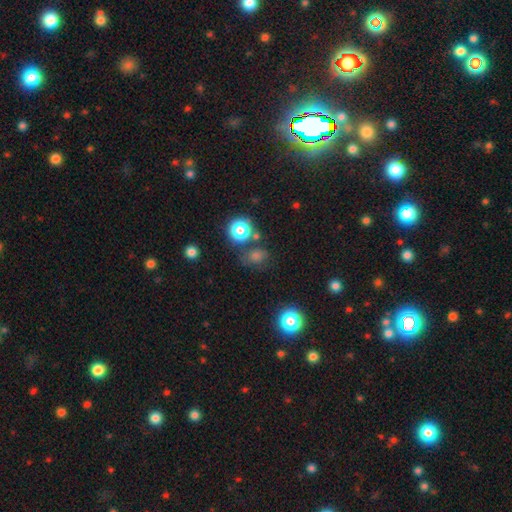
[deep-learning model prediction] smooth 64%, star or artifact 26%, featured or disk 9%. Down the decision tree: how rounded — round (66%); merging — none (66%).